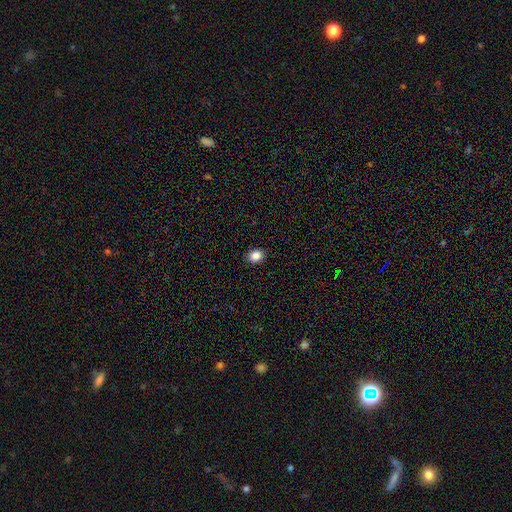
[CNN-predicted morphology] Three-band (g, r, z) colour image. It shows a smooth galaxy with no disk features (86%) that is round (58%). Merging: none (91%).